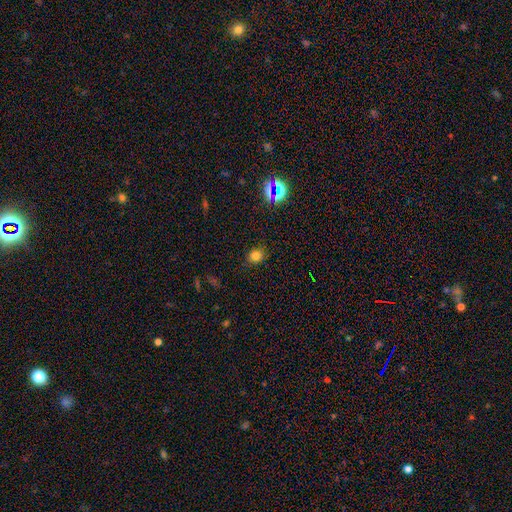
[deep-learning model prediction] Q: Smooth or featured?
A: smooth (76%); runner-up: star or artifact (18%)
Q: How rounded?
A: round (69%); runner-up: in between (30%)
Q: Merging?
A: none (85%); runner-up: minor disturbance (11%)